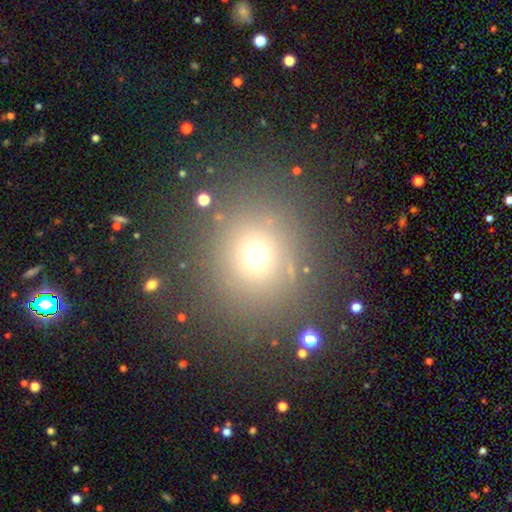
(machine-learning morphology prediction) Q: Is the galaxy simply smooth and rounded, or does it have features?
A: smooth — 65%.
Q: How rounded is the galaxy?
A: round — 82%.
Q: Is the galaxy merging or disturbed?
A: none — 81%.